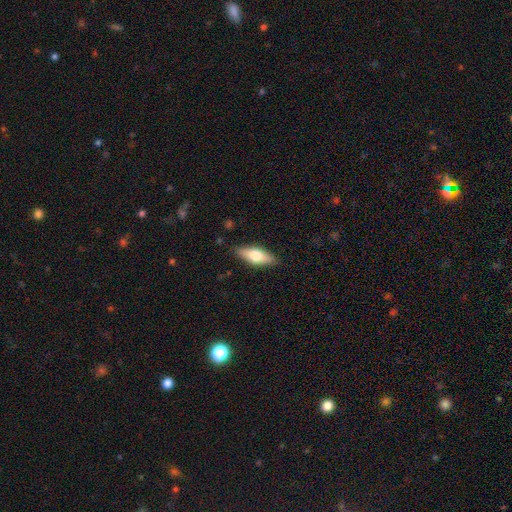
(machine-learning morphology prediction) Smooth or featured? Predicted: smooth (p=0.63). How rounded? Predicted: in between (p=0.67). Merging? Predicted: none (p=0.86).